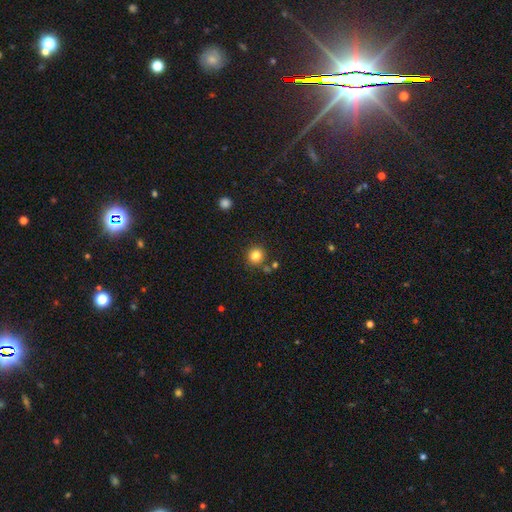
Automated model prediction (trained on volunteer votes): smooth-or-featured: smooth: 82% | star or artifact: 12% | featured or disk: 6%
  how-rounded: round: 91% | in between: 8% | cigar-shaped: 1%
  merging: none: 82% | minor disturbance: 8% | merger: 7% | major disturbance: 3%